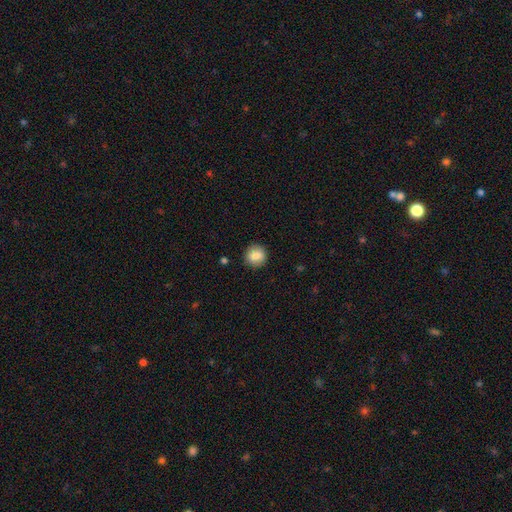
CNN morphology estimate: Overall: smooth (86%). How rounded: round (87%). Merging: none (88%).